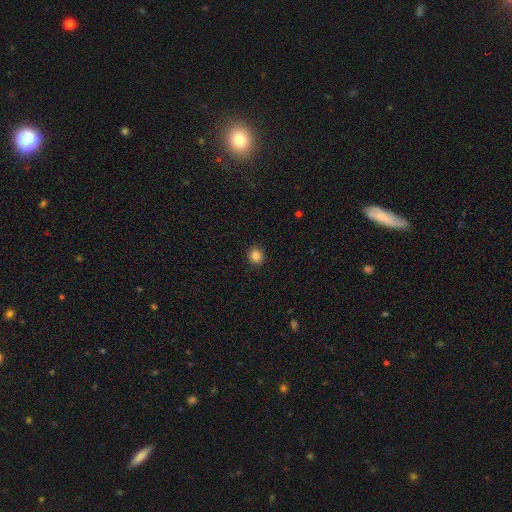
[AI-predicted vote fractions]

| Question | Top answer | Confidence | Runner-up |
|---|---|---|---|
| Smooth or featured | smooth | 85% | star or artifact (11%) |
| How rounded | round | 86% | in between (14%) |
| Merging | none | 92% | minor disturbance (6%) |